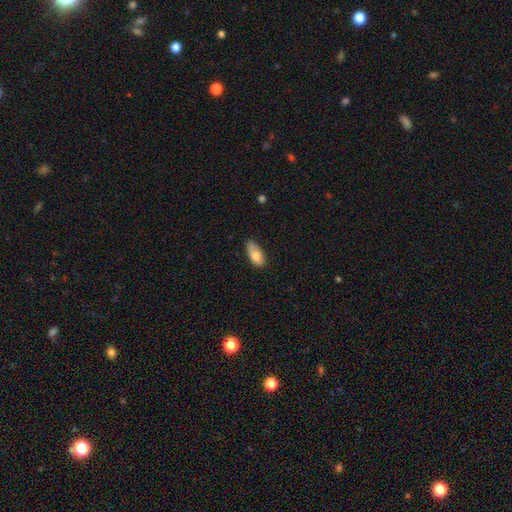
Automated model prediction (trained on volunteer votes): This is likely a smooth galaxy (75%). How rounded: clearly in between (88%). Merging: likely none (66%).